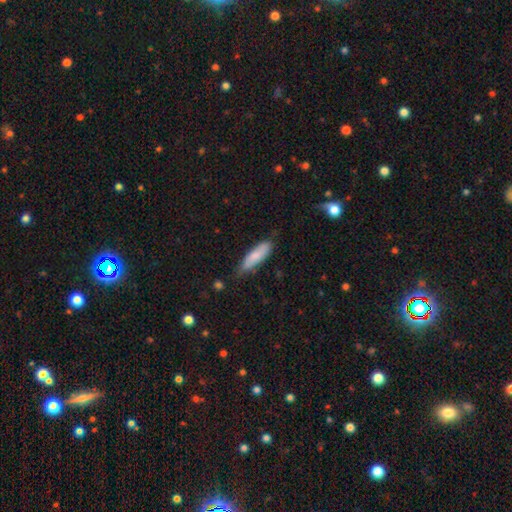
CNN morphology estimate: smooth_or_featured: smooth (p=0.77) [alt: featured or disk p=0.17]
how_rounded: cigar-shaped (p=0.51) [alt: in between p=0.47]
merging: none (p=0.70) [alt: minor disturbance p=0.24]